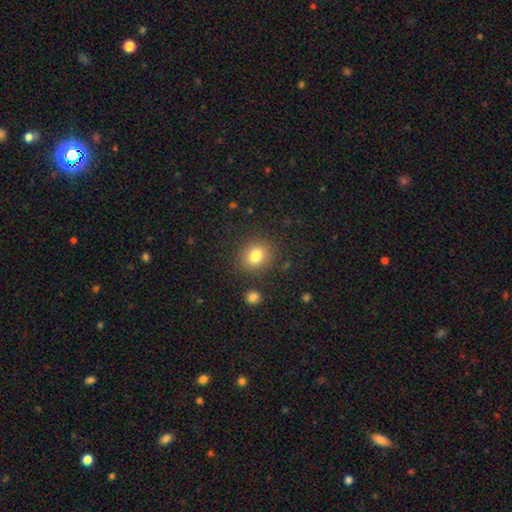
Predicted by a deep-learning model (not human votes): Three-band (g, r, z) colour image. It shows a smooth galaxy with no disk features (81%) that is round (69%). Merging: none (84%).